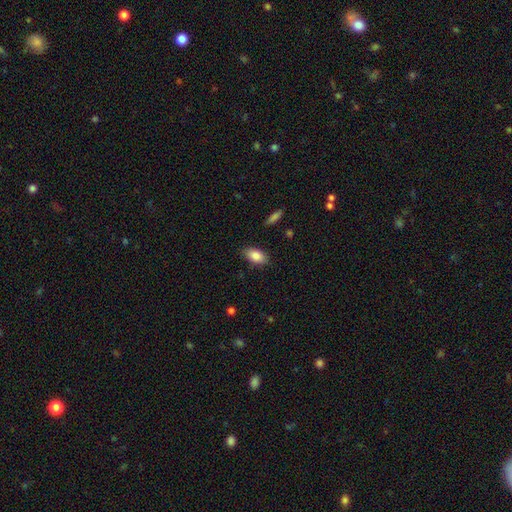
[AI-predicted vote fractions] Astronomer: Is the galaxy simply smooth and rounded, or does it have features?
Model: smooth — 85%.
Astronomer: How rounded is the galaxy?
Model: in between — 91%.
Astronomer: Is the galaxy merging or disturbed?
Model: none — 85%.